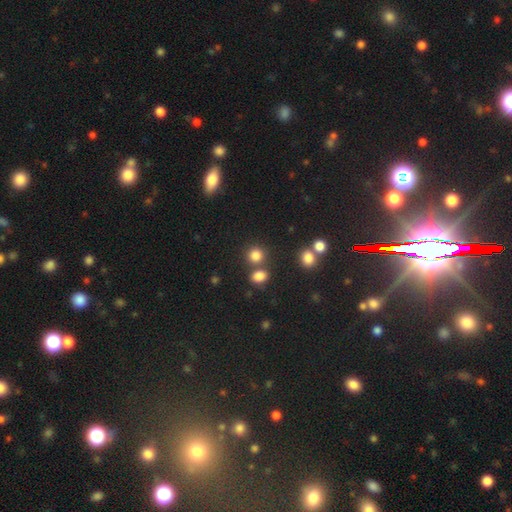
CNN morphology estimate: type=smooth (80%); roundness=round (82%); merging=none (67%).